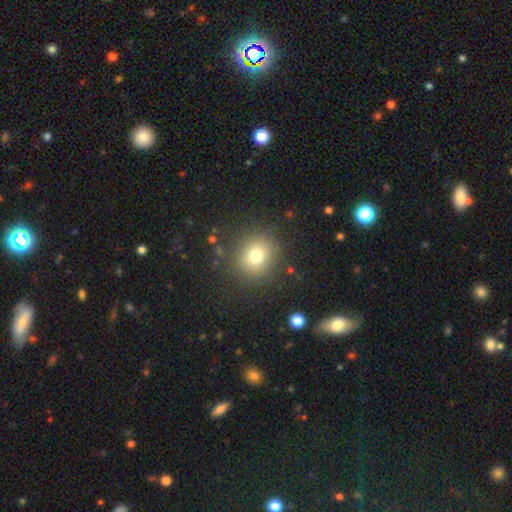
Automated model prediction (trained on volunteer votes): A smooth galaxy with no disk features (75%) that is round (81%).

Vote fractions:
- Smooth or featured? smooth: 75% / star or artifact: 15% / featured or disk: 10%
- How rounded? round: 81% / in between: 18% / cigar-shaped: 1%
- Merging? none: 85% / minor disturbance: 9% / major disturbance: 5% / merger: 2%